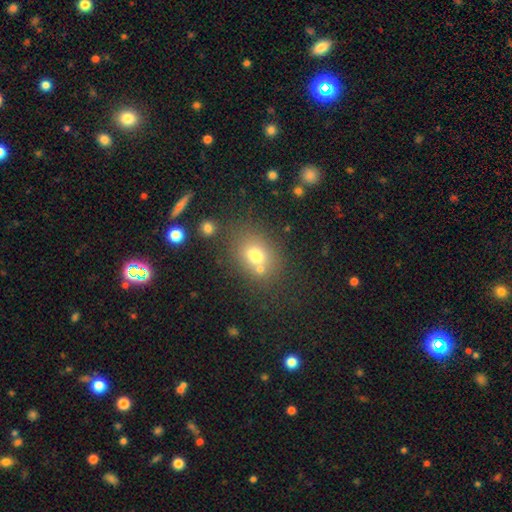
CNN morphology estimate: smooth_or_featured: smooth (p=0.71) [alt: featured or disk p=0.15]
how_rounded: in between (p=0.54) [alt: round p=0.45]
merging: none (p=0.58) [alt: merger p=0.22]